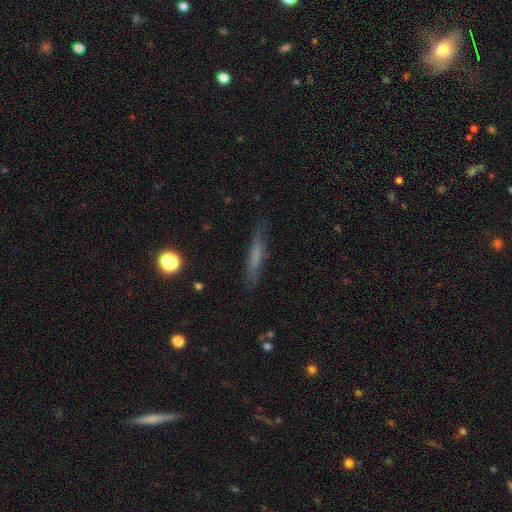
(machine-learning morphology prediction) smooth 59%, featured or disk 31%, star or artifact 10%. Down the decision tree: how rounded — cigar-shaped (89%); merging — none (82%).